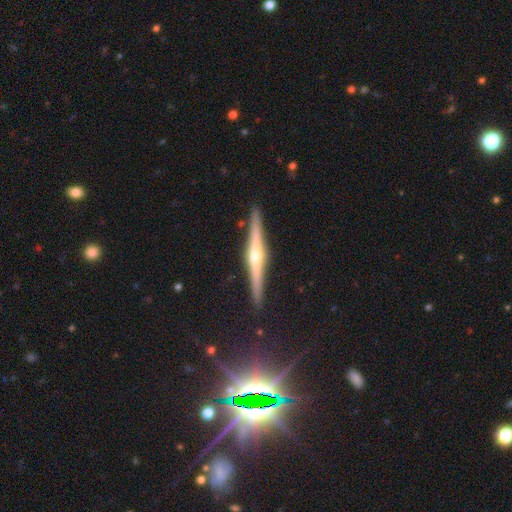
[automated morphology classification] type=featured or disk (80%); edge-on=yes (98%); edge-on bulge=rounded (89%); merging=none (91%).